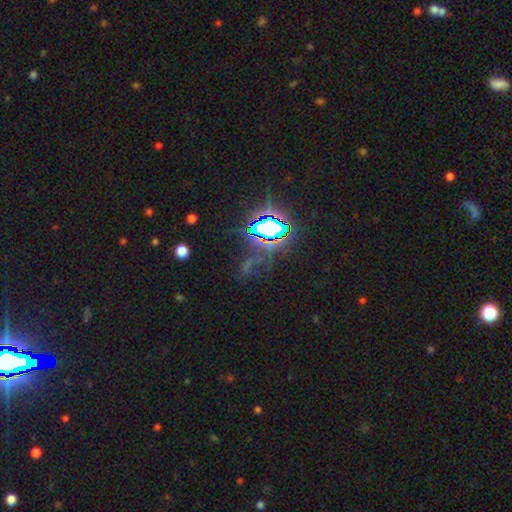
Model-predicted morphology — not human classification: Smooth or featured? star or artifact (82%)